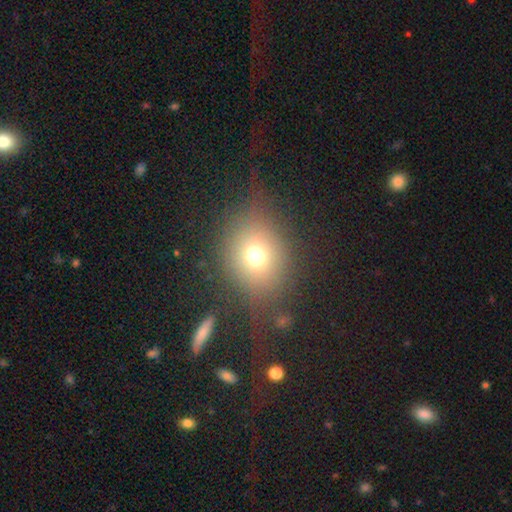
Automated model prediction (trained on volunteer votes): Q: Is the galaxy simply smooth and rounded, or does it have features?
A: smooth — 71%.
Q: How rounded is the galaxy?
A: round — 65%.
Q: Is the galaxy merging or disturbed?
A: none — 73%.